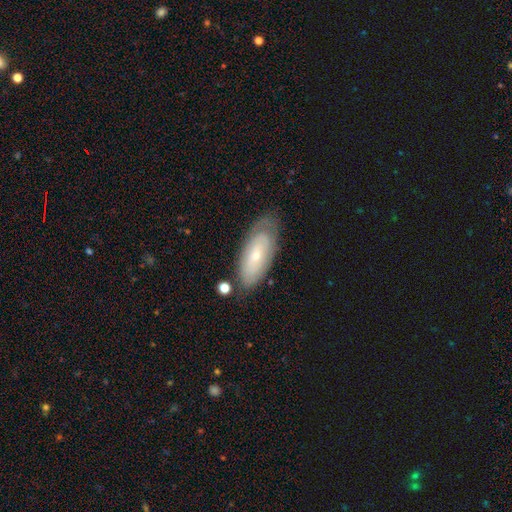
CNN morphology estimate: smooth-or-featured: featured or disk: 49% | smooth: 44% | star or artifact: 7%
  merging: none: 71% | minor disturbance: 20% | major disturbance: 6% | merger: 3%